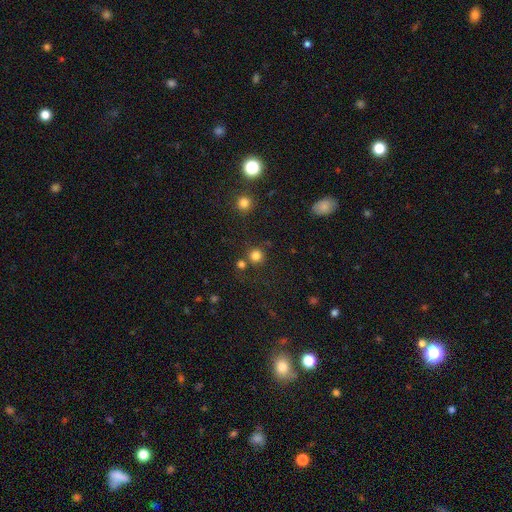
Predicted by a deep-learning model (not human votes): This is likely a smooth galaxy (80%). How rounded: clearly round (93%). Merging: likely none (76%).